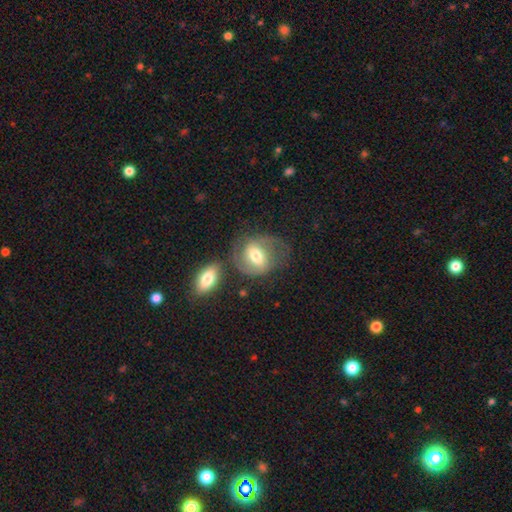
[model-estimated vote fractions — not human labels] The model was most divided on "bar": weak: 48%, strong: 29%, no: 23%. More confident: edge-on disk — no (96%); spiral arms — yes (85%); spiral arm count — 2 (84%); bulge size — moderate (69%); smooth or featured — featured or disk (66%); merging — none (52%); spiral winding — medium (50%).